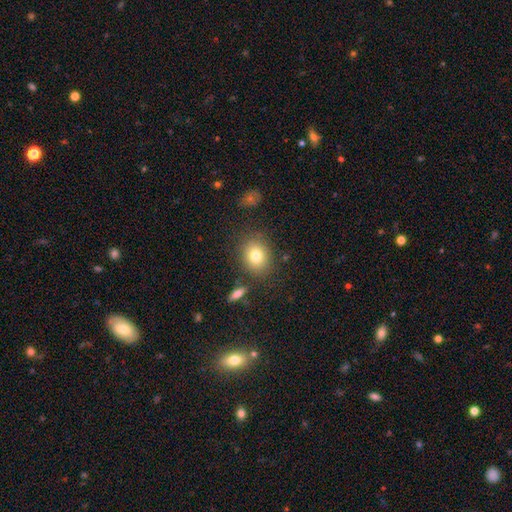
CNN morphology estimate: This appears to be a smooth galaxy with no disk features (78%) that is round (59%). Merging: none (81%).